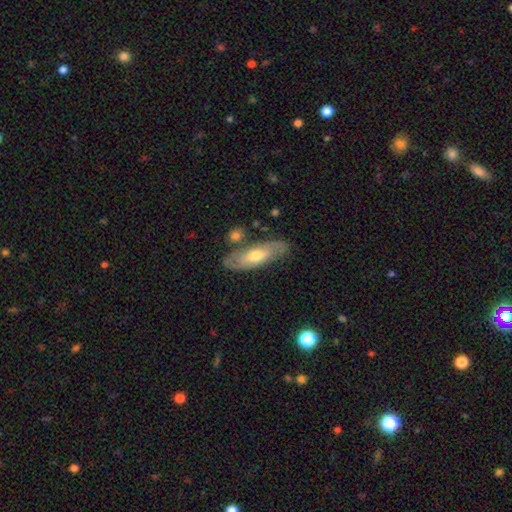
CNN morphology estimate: Smooth or featured?
  - featured or disk: 50% *
  - smooth: 45%
  - star or artifact: 6%
Merging?
  - none: 76% *
  - minor disturbance: 14%
  - merger: 6%
  - major disturbance: 4%